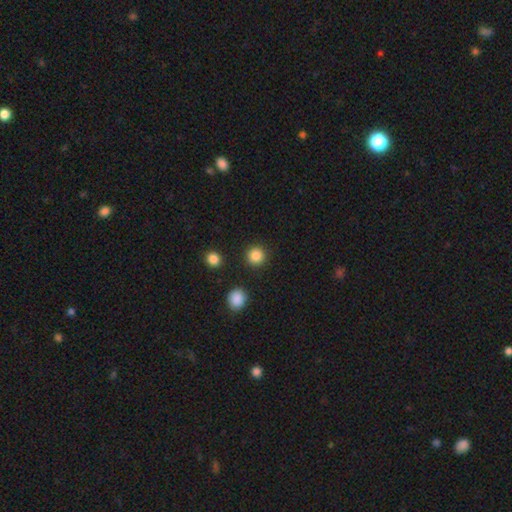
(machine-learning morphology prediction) smooth-or-featured: smooth: 86% | star or artifact: 10% | featured or disk: 4%
  how-rounded: round: 94% | in between: 5% | cigar-shaped: 1%
  merging: none: 90% | minor disturbance: 5% | merger: 2% | major disturbance: 2%